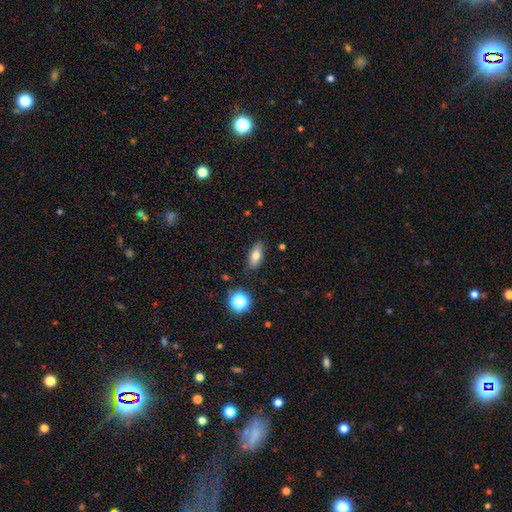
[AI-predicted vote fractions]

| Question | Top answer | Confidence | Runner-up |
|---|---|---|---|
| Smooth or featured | smooth | 75% | featured or disk (14%) |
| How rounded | in between | 78% | cigar-shaped (16%) |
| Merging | none | 84% | minor disturbance (11%) |